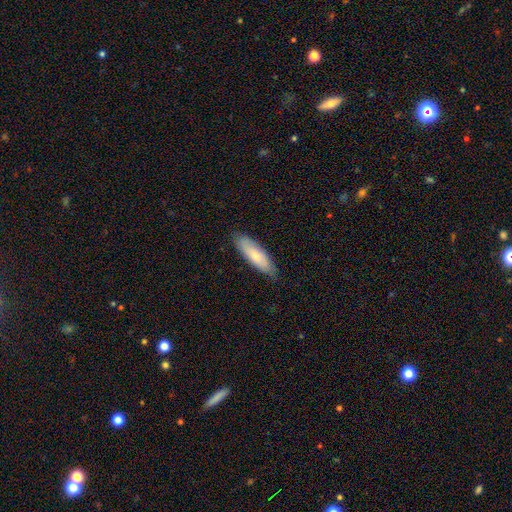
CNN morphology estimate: smooth-or-featured: smooth: 73% | featured or disk: 21% | star or artifact: 5%
  how-rounded: cigar-shaped: 50% | in between: 49% | round: 2%
  merging: none: 83% | minor disturbance: 14% | major disturbance: 2% | merger: 1%